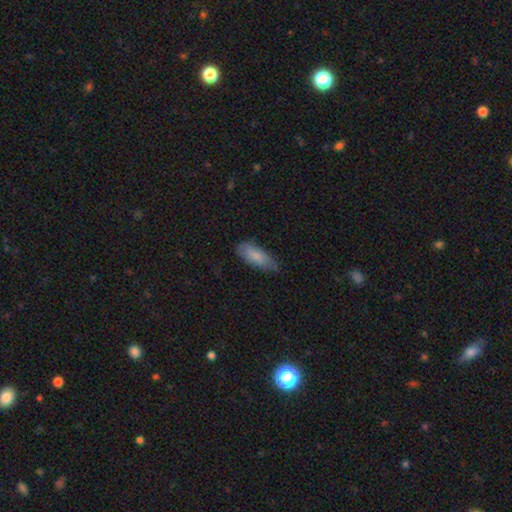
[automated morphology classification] Overall: smooth (82%). How rounded: in between (72%). Merging: none (67%; minor disturbance 28%).